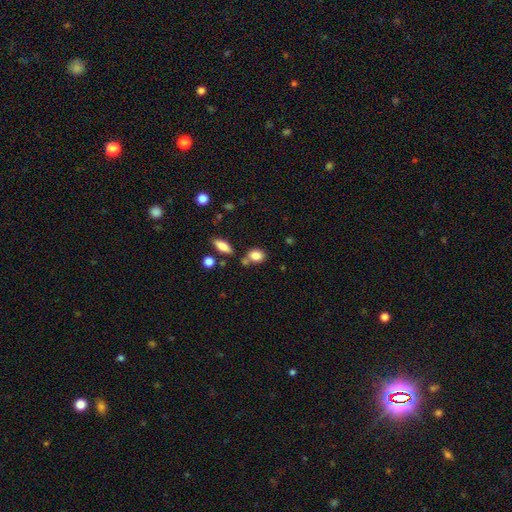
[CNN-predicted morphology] smooth-or-featured: smooth: 83% | star or artifact: 9% | featured or disk: 7%
  how-rounded: in between: 63% | round: 34% | cigar-shaped: 3%
  merging: none: 63% | merger: 18% | minor disturbance: 15% | major disturbance: 4%